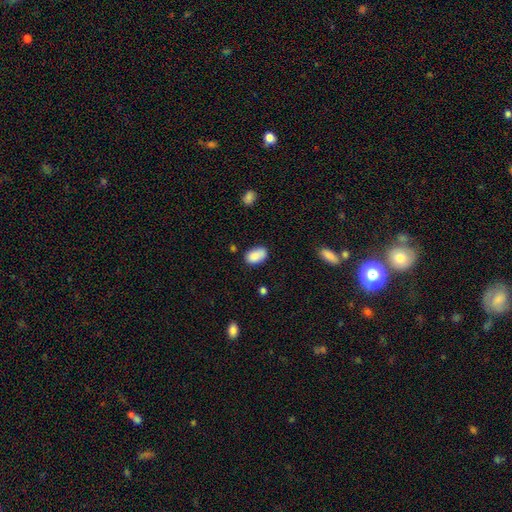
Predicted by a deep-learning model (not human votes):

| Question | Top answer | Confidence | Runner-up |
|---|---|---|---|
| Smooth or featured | smooth | 86% | star or artifact (8%) |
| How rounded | in between | 90% | round (8%) |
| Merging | none | 69% | minor disturbance (21%) |